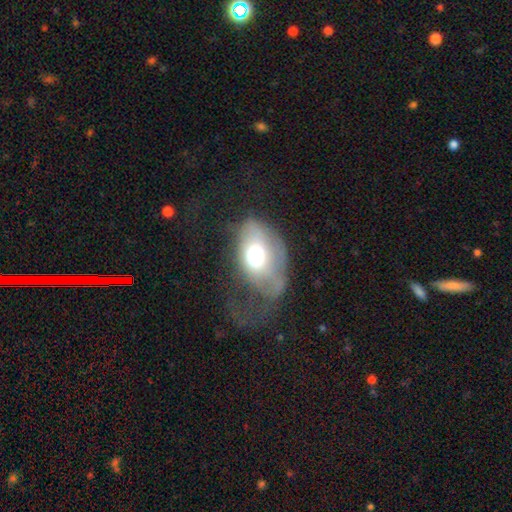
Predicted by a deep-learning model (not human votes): This is possibly a smooth galaxy (60%). How rounded: likely in between (79%). Merging: possibly major disturbance (50%).